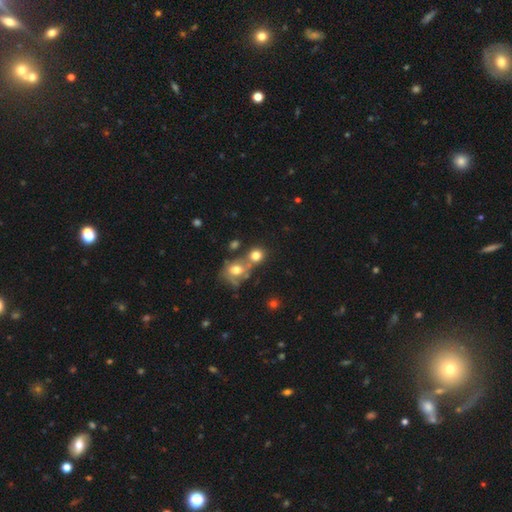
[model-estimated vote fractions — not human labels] Smooth or featured? smooth (76%)
How rounded? round (81%)
Merging? none (46%)